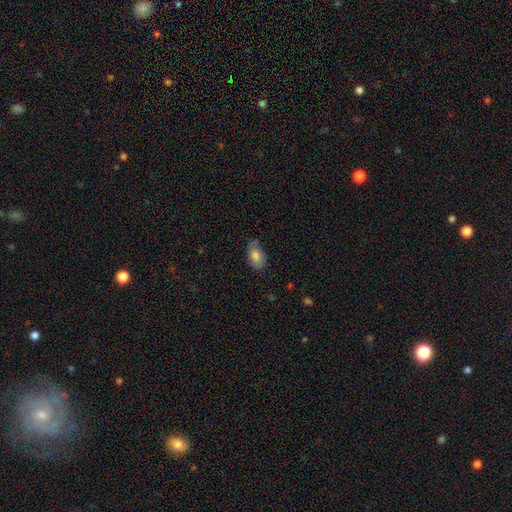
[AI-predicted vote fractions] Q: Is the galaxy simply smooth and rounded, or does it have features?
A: smooth — 78%.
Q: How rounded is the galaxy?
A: in between — 90%.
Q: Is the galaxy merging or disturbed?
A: none — 60%.